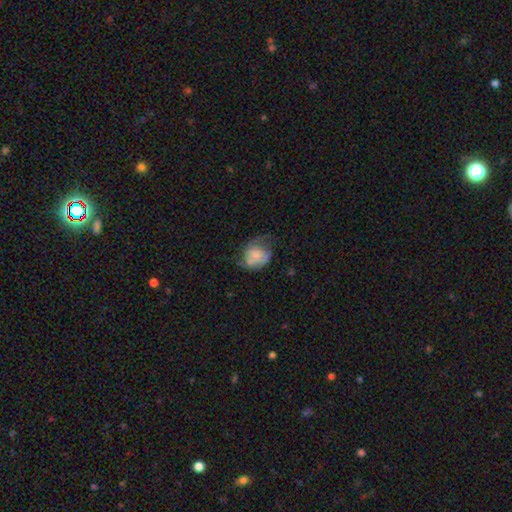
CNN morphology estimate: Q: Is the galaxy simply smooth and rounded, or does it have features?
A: smooth — 54%.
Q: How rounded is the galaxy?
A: round — 59%.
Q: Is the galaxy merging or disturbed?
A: none — 33%.